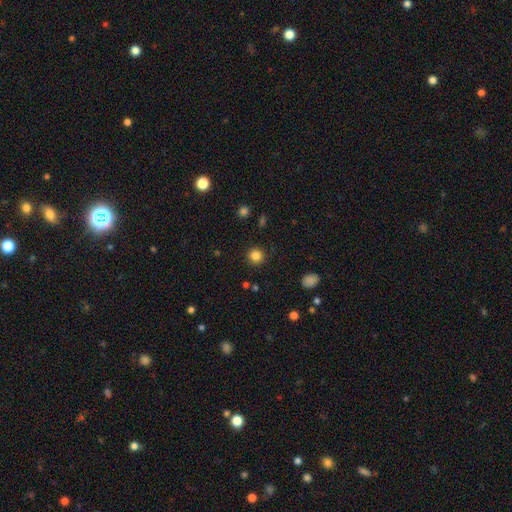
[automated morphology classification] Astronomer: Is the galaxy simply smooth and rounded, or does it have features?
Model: smooth — 84%.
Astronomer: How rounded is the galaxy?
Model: round — 94%.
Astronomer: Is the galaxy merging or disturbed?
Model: none — 91%.